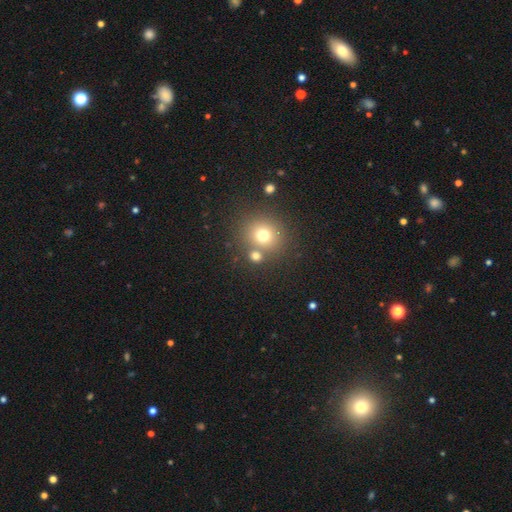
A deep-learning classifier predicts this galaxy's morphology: A smooth galaxy with no disk features (72%) that is round (85%). Merging: none (66%).